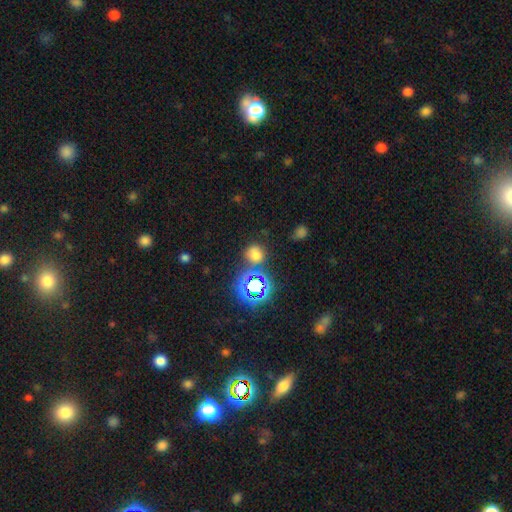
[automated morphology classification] Smooth or featured?
  - smooth: 60% *
  - star or artifact: 33%
  - featured or disk: 7%
How rounded?
  - round: 80% *
  - in between: 19%
  - cigar-shaped: 1%
Merging?
  - none: 71% *
  - minor disturbance: 13%
  - merger: 10%
  - major disturbance: 5%